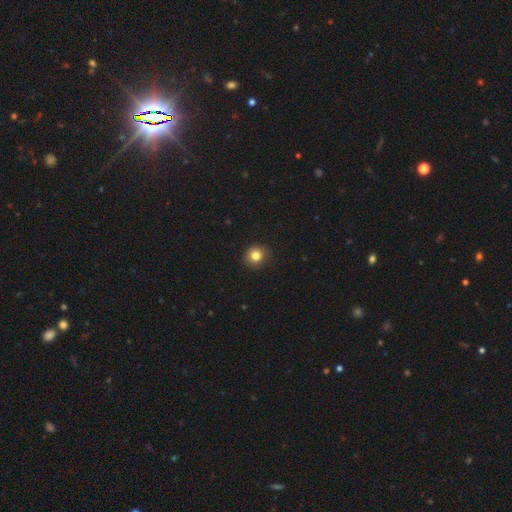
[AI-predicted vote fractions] Q: Smooth or featured?
A: smooth (82%); runner-up: star or artifact (12%)
Q: How rounded?
A: round (89%); runner-up: in between (10%)
Q: Merging?
A: none (90%); runner-up: minor disturbance (7%)